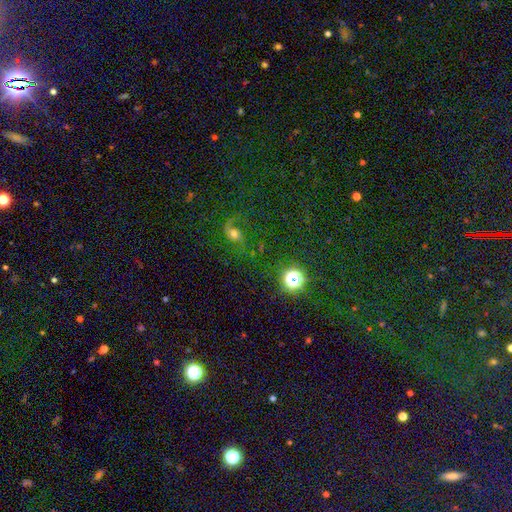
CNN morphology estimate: This appears to be a star or artifact, not a galaxy (55%).